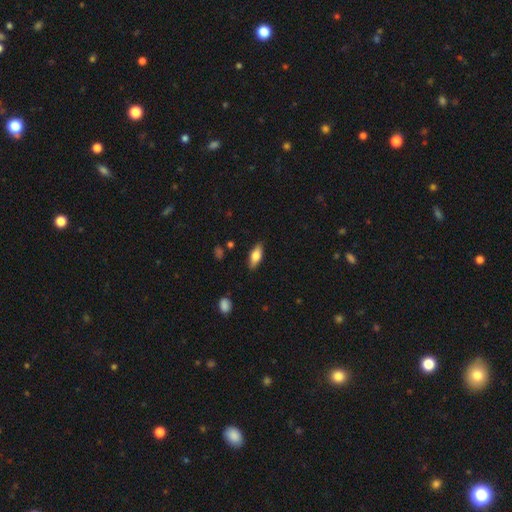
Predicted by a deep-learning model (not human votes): A smooth galaxy with no disk features (69%) that is in between round and cigar-shaped (74%). Merging: none (86%).